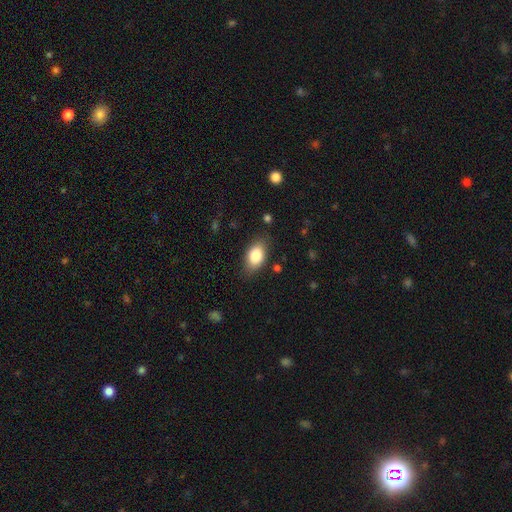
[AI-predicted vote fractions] Smooth or featured: smooth — 84% (featured or disk — 9%)
How rounded: in between — 90% (round — 8%)
Merging: none — 81% (minor disturbance — 14%)